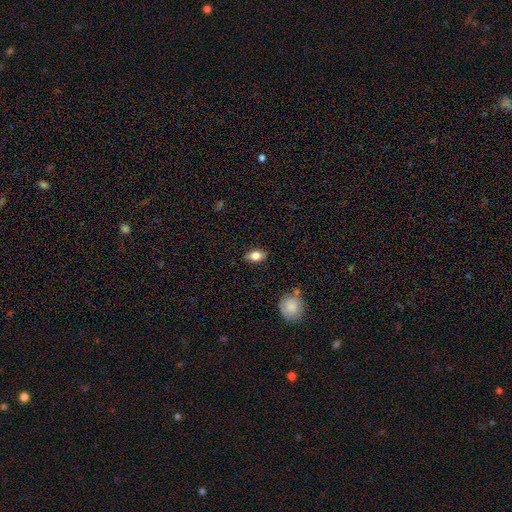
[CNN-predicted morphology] Q: Smooth or featured?
A: smooth (81%); runner-up: featured or disk (11%)
Q: How rounded?
A: in between (83%); runner-up: round (14%)
Q: Merging?
A: none (85%); runner-up: minor disturbance (11%)